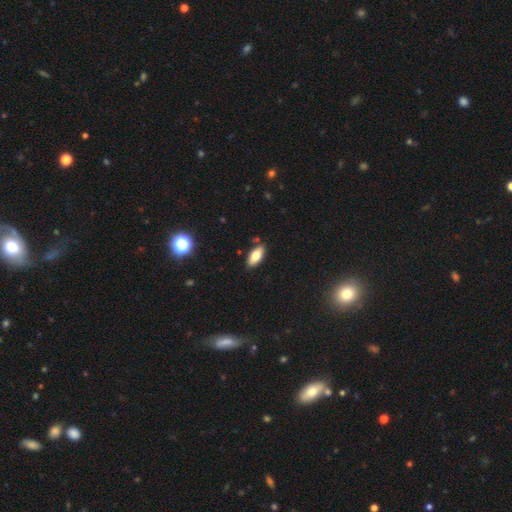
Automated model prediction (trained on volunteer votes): A smooth galaxy with no disk features (76%) that is in between round and cigar-shaped (88%).

Vote fractions:
- Smooth or featured? smooth: 76% / featured or disk: 16% / star or artifact: 8%
- How rounded? in between: 88% / cigar-shaped: 10% / round: 2%
- Merging? none: 85% / minor disturbance: 10% / merger: 3% / major disturbance: 2%